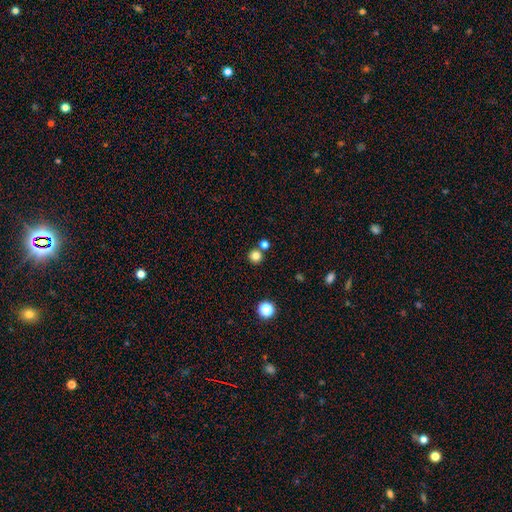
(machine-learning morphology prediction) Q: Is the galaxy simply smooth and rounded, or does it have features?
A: smooth — 81%.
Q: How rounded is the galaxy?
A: round — 94%.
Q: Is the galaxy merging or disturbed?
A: none — 78%.